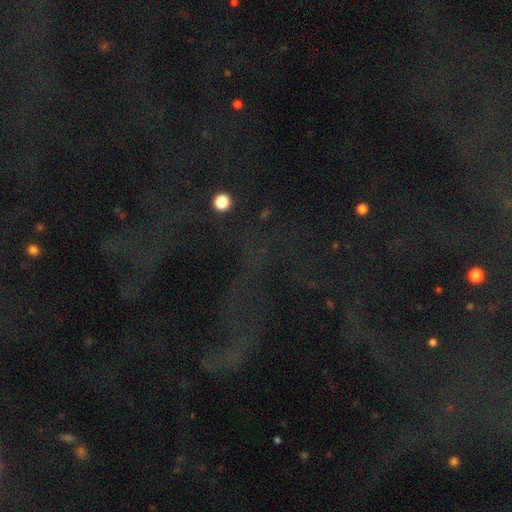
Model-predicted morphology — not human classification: Smooth or featured? Predicted: star or artifact (p=0.76).